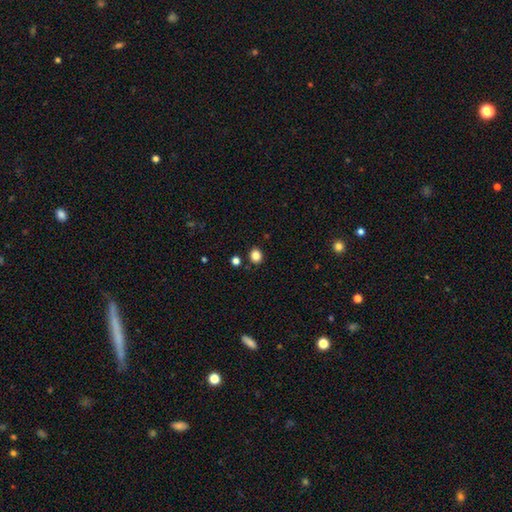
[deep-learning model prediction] smooth_or_featured: smooth (p=0.84) [alt: star or artifact p=0.12]
how_rounded: round (p=0.71) [alt: in between p=0.28]
merging: none (p=0.87) [alt: minor disturbance p=0.07]